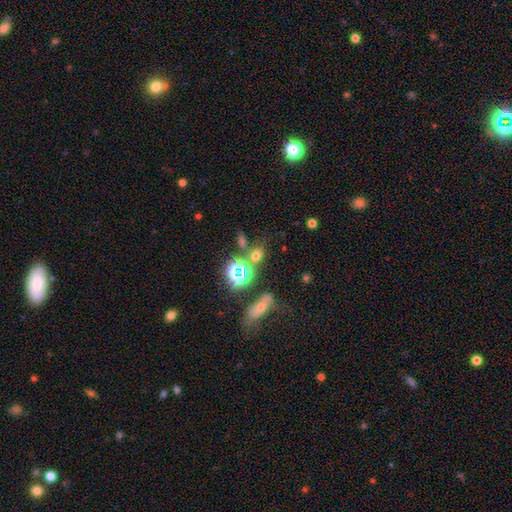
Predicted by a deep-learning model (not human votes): smooth_or_featured: smooth (p=0.57) [alt: star or artifact p=0.33]
how_rounded: in between (p=0.52) [alt: round p=0.44]
merging: none (p=0.64) [alt: merger p=0.18]